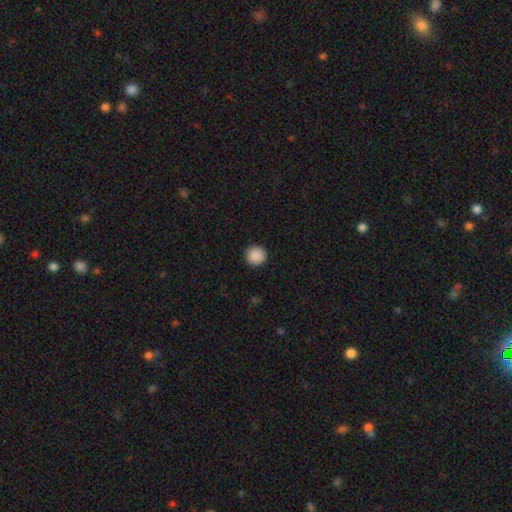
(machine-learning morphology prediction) Smooth or featured?
  - smooth: 89% *
  - star or artifact: 8%
  - featured or disk: 2%
How rounded?
  - round: 94% *
  - in between: 5%
  - cigar-shaped: 1%
Merging?
  - none: 92% *
  - minor disturbance: 5%
  - major disturbance: 2%
  - merger: 1%